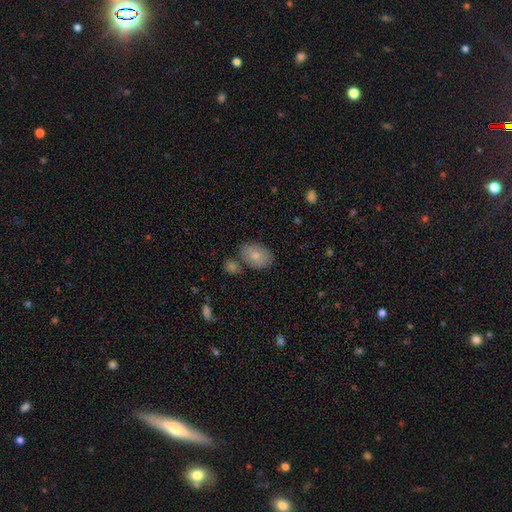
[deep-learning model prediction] smooth_or_featured: smooth (p=0.78) [alt: featured or disk p=0.15]
how_rounded: in between (p=0.83) [alt: round p=0.16]
merging: none (p=0.73) [alt: minor disturbance p=0.14]